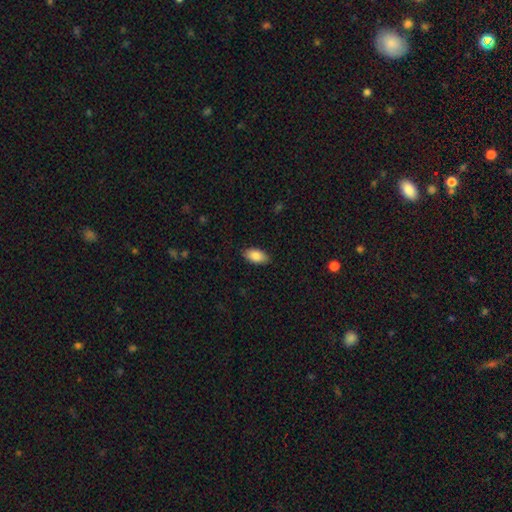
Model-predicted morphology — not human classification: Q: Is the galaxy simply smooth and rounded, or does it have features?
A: smooth — 88%.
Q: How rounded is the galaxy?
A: in between — 94%.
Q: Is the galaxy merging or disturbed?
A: none — 87%.